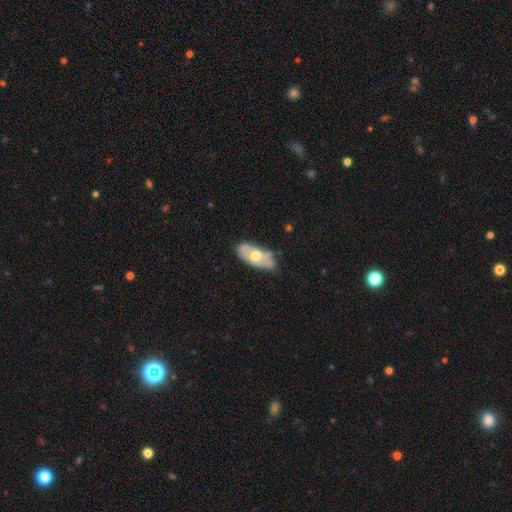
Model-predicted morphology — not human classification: This is possibly a featured or disk galaxy (50%). It is clearly not viewed edge-on (82%). Merging: likely none (66%).